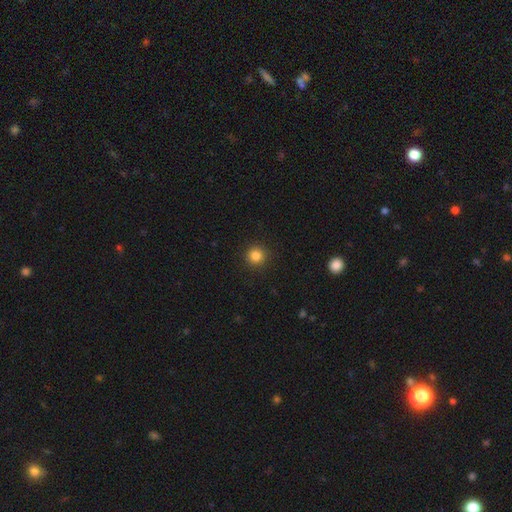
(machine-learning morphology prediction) Smooth or featured?
  - smooth: 84% *
  - star or artifact: 12%
  - featured or disk: 4%
How rounded?
  - round: 94% *
  - in between: 5%
  - cigar-shaped: 1%
Merging?
  - none: 91% *
  - minor disturbance: 6%
  - major disturbance: 2%
  - merger: 1%